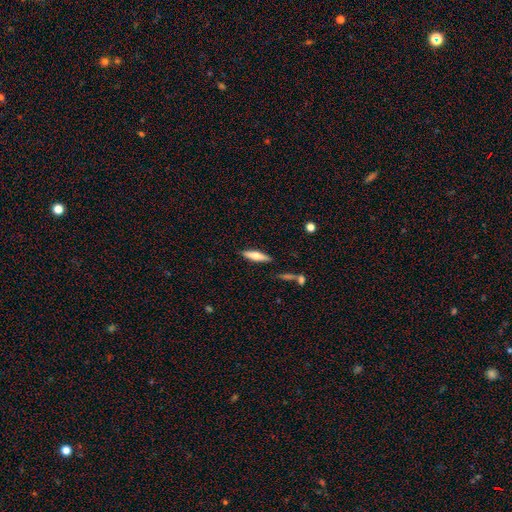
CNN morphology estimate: The model was most divided on "smooth or featured": smooth: 53%, featured or disk: 41%, star or artifact: 6%. More confident: merging — none (85%); how rounded — cigar-shaped (69%).